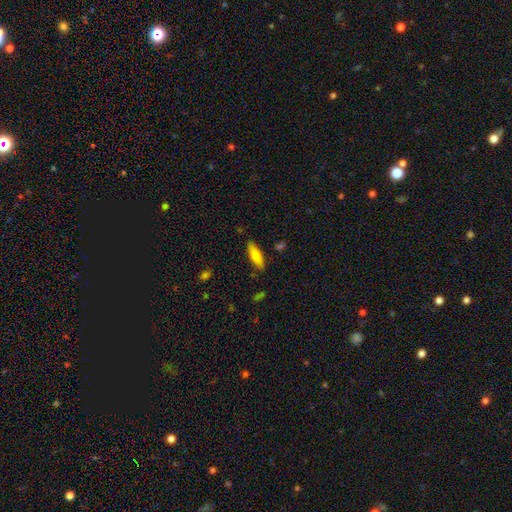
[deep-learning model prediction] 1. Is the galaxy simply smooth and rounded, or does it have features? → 82% smooth, 12% featured or disk, 6% star or artifact.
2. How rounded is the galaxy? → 53% in between, 45% cigar-shaped, 2% round.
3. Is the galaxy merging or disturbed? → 84% none, 11% minor disturbance, 2% major disturbance, 2% merger.